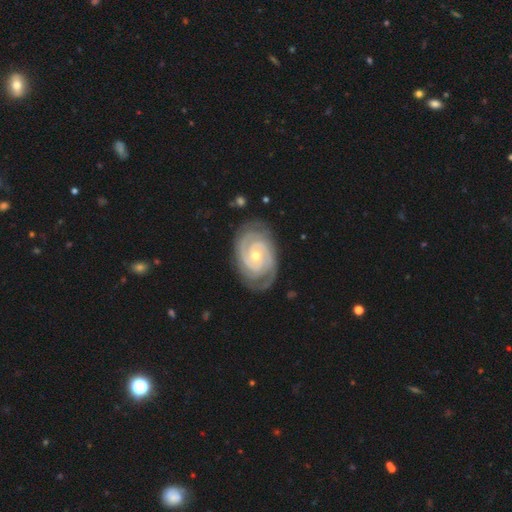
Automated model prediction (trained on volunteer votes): A featured or disk galaxy (93%) with no bar (63%), 2 (70%) tight (81%) spiral arms (99%) and a small central bulge (54%).

Vote fractions:
- Smooth or featured? featured or disk: 93% / star or artifact: 4% / smooth: 3%
- Edge-on disk? no: 97% / yes: 3%
- Bar? no: 63% / weak: 26% / strong: 11%
- Spiral arms? yes: 99% / no: 1%
- Spiral winding? tight: 81% / medium: 17% / loose: 2%
- Spiral arm count? 2: 70% / 3: 14% / can't tell: 7% / 4: 4% / more than 4: 3% / 1: 3%
- Bulge size? small: 54% / moderate: 43% / large: 1% / none: 1% / dominant: 1%
- Merging? none: 80% / minor disturbance: 14% / major disturbance: 4% / merger: 1%